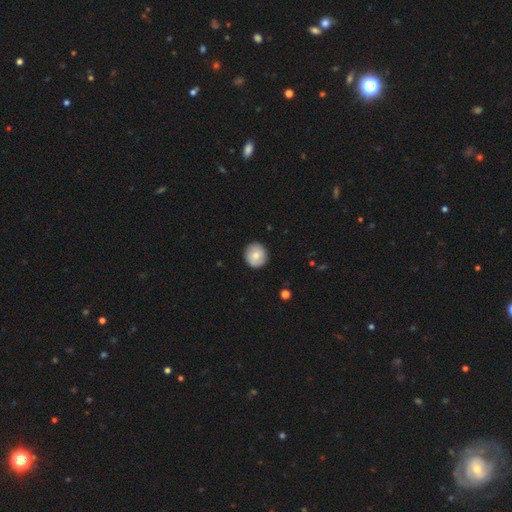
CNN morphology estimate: This appears to be a smooth galaxy with no disk features (71%) that is round (88%). Merging: none (88%).